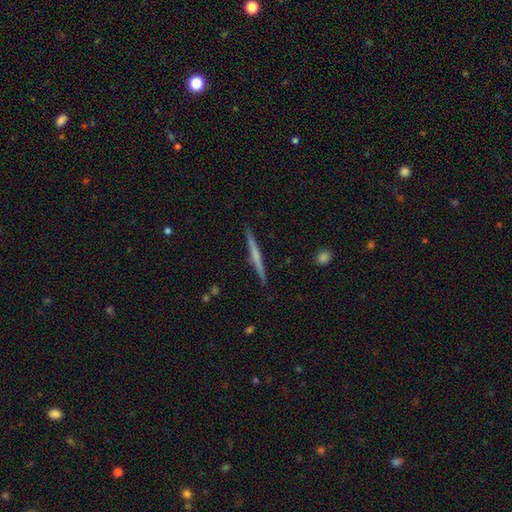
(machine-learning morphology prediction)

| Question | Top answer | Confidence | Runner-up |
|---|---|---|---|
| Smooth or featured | featured or disk | 62% | smooth (32%) |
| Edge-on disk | yes | 98% | no (2%) |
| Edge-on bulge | none | 52% | rounded (37%) |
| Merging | none | 92% | minor disturbance (6%) |